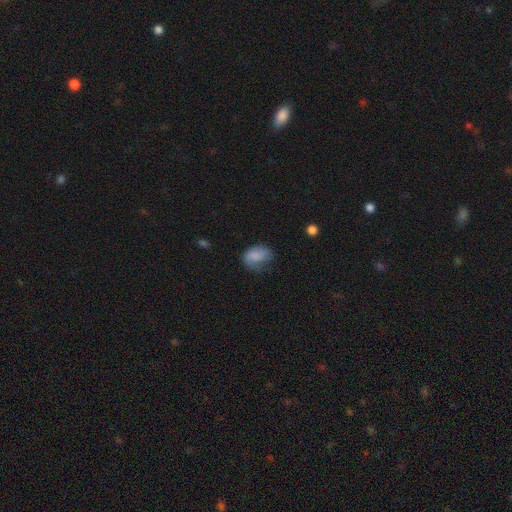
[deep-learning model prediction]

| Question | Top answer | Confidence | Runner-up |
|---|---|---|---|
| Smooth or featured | smooth | 80% | featured or disk (11%) |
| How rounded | in between | 78% | round (21%) |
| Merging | none | 47% | minor disturbance (33%) |